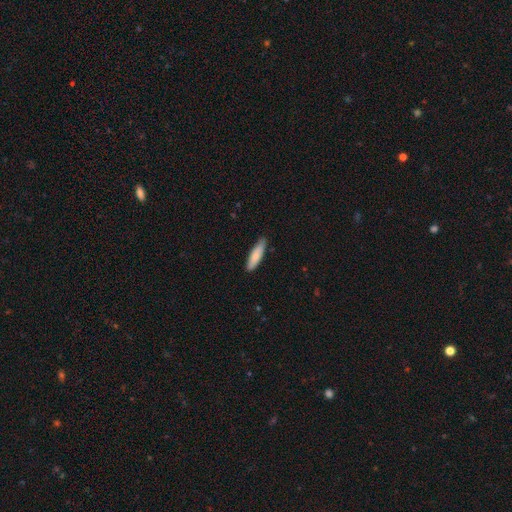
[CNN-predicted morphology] A smooth galaxy with no disk features (80%) that is cigar-shaped (71%). Merging: none (84%).